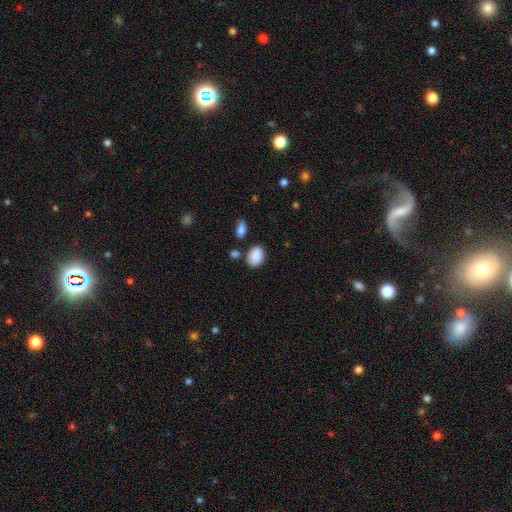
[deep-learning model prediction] Overall: smooth (87%). How rounded: in between (73%). Merging: none (70%).